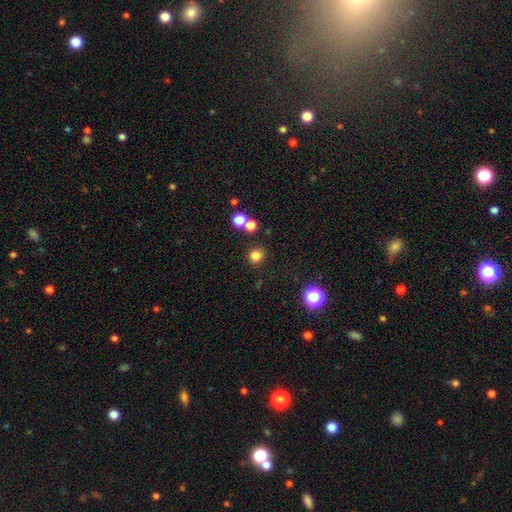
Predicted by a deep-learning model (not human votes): This appears to be a smooth galaxy with no disk features (79%) that is round (86%). Merging: none (81%).